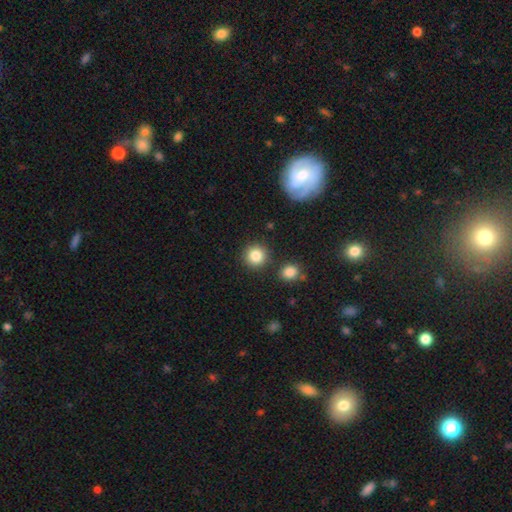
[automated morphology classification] A smooth galaxy with no disk features (85%) that is round (92%). Merging: none (84%).